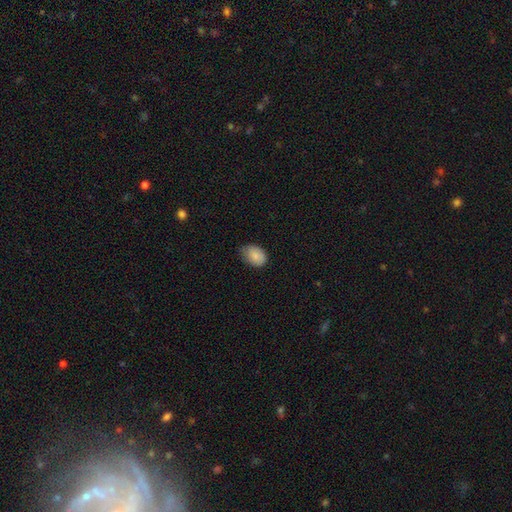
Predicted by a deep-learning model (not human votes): Morphology: type=smooth (86%); roundness=in between (79%); merging=none (58%).